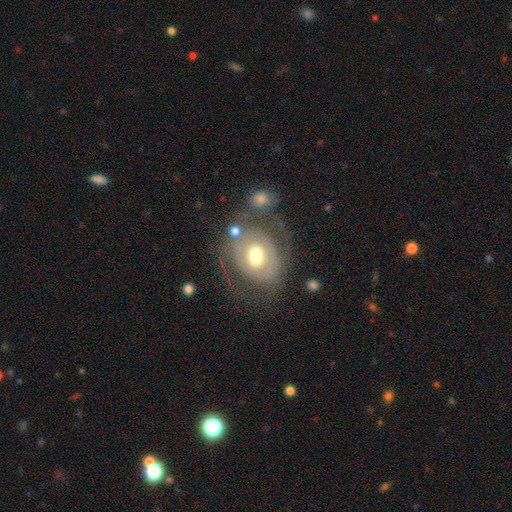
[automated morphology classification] A featured or disk galaxy (70%) with no bar (51%), spiral arms (61%) and a moderate central bulge (69%). Merging: none (54%).